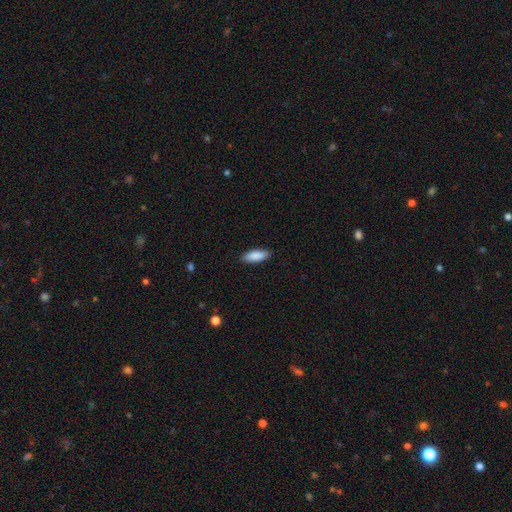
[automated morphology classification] smooth-or-featured: smooth: 89% | star or artifact: 6% | featured or disk: 5%
  how-rounded: in between: 73% | cigar-shaped: 26% | round: 2%
  merging: none: 87% | minor disturbance: 10% | major disturbance: 2% | merger: 1%